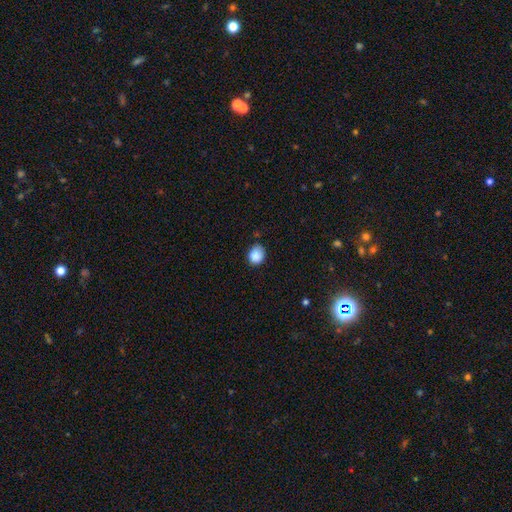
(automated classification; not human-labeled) Overall: smooth (87%). How rounded: round (56%; in between 43%). Merging: none (69%).